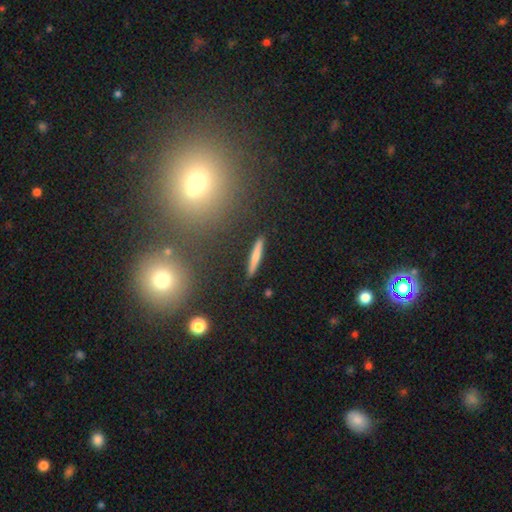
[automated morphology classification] This is likely a smooth galaxy (68%). How rounded: clearly cigar-shaped (94%). Merging: clearly none (89%).